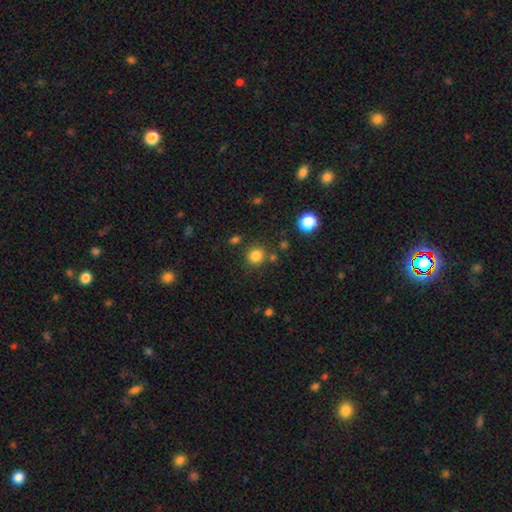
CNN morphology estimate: This is clearly a smooth galaxy (82%). How rounded: clearly round (89%). Merging: clearly none (83%).